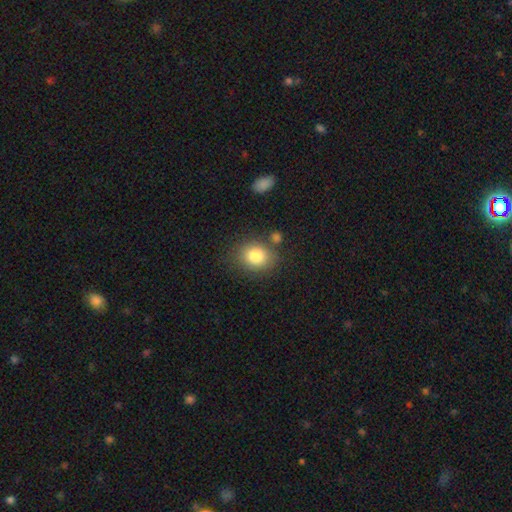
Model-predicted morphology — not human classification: This is clearly a smooth galaxy (82%). How rounded: likely round (61%). Merging: likely none (75%).